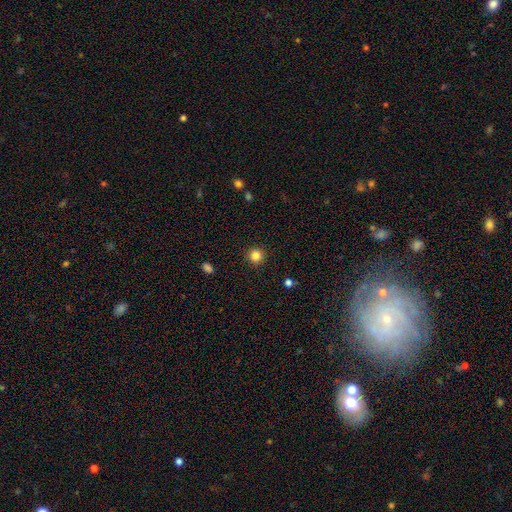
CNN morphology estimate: A smooth galaxy with no disk features (84%) that is round (95%). Merging: none (92%).